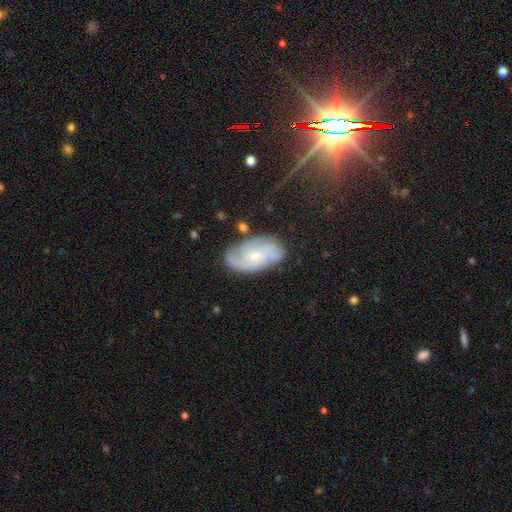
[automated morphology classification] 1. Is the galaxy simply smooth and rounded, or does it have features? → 71% featured or disk, 22% smooth, 7% star or artifact.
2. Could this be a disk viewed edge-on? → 95% no, 5% yes.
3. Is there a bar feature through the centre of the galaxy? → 70% no, 26% weak, 4% strong.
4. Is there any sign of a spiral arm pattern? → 92% yes, 8% no.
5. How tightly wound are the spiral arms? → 46% tight, 39% medium, 15% loose.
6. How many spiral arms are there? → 30% can't tell (tied), 30% 2 (tied), 24% 3, 7% 4, 5% 1, 4% more than 4.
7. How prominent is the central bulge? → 63% small, 32% moderate, 3% none, 2% large, 1% dominant.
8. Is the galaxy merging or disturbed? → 72% none, 20% minor disturbance, 6% major disturbance, 3% merger.